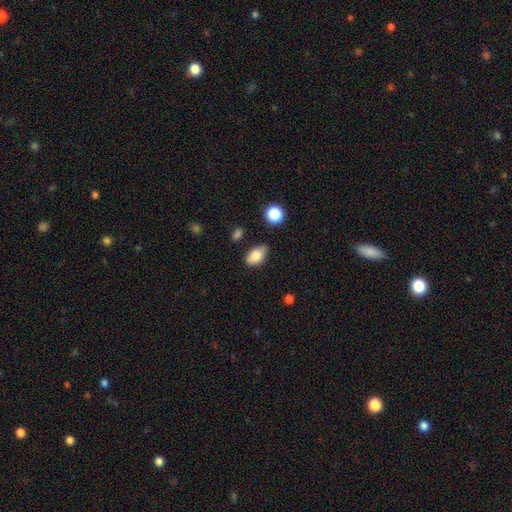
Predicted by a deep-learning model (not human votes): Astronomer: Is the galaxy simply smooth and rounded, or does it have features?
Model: smooth — 82%.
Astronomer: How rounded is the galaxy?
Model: in between — 88%.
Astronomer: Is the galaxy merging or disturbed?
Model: none — 74%.